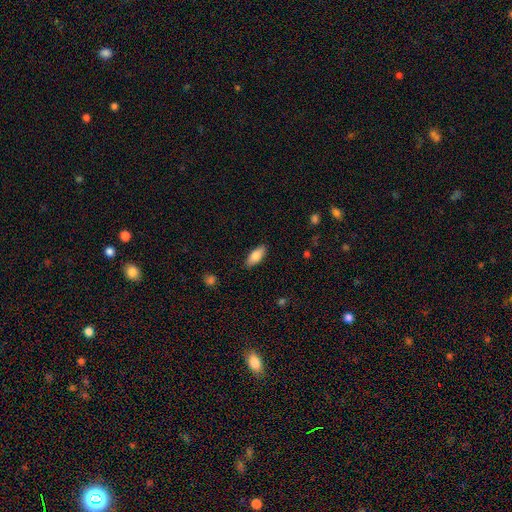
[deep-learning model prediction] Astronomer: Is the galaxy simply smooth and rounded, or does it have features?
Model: smooth — 79%.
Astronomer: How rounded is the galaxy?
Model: in between — 79%.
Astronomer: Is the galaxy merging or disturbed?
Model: none — 88%.